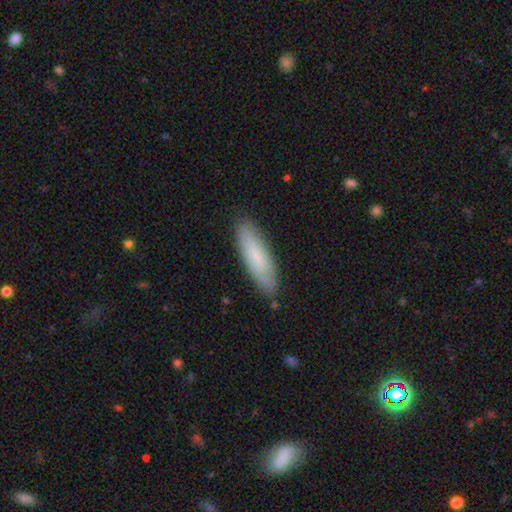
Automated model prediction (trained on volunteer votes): A smooth galaxy with no disk features (77%) that is cigar-shaped (62%). Merging: none (87%).